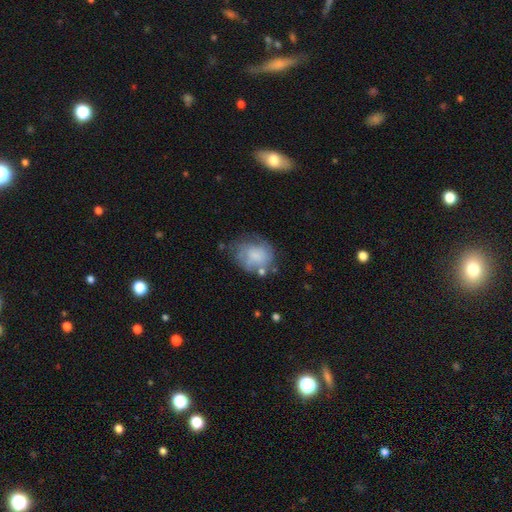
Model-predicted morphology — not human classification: Smooth or featured: smooth — 56% (featured or disk — 35%)
How rounded: in between — 54% (round — 45%)
Merging: none — 45% (minor disturbance — 30%)